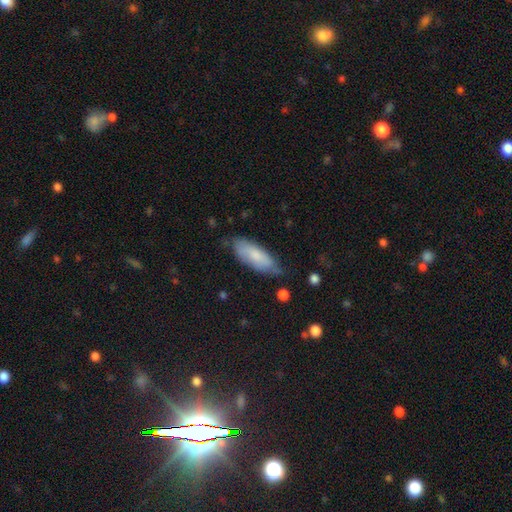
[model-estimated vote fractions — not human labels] Morphology: type=smooth (74%); roundness=in between (71%); merging=none (61%).